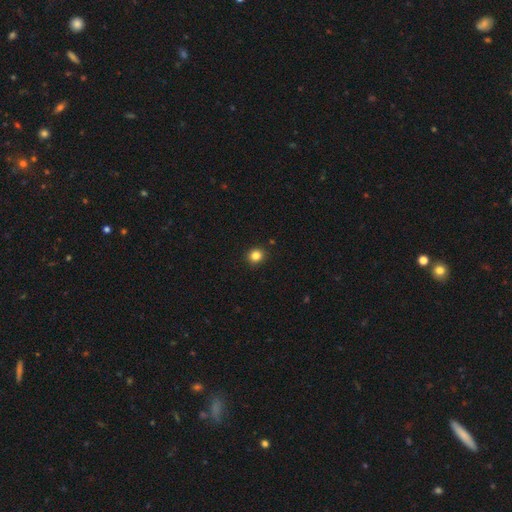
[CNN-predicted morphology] A smooth galaxy with no disk features (83%) that is round (89%). Merging: none (92%).